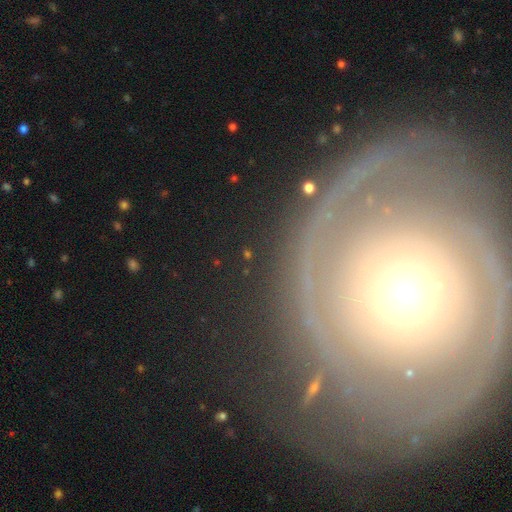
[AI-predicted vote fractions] Smooth or featured: featured or disk — 73% (smooth — 17%)
Edge-on disk: no — 95% (yes — 5%)
Bar: no — 84% (weak — 10%)
Spiral arms: yes — 72% (no — 28%)
Spiral winding: tight — 73% (medium — 18%)
Spiral arm count: can't tell — 36% (2 — 32%)
Bulge size: moderate — 54% (small — 33%)
Merging: none — 73% (minor disturbance — 14%)